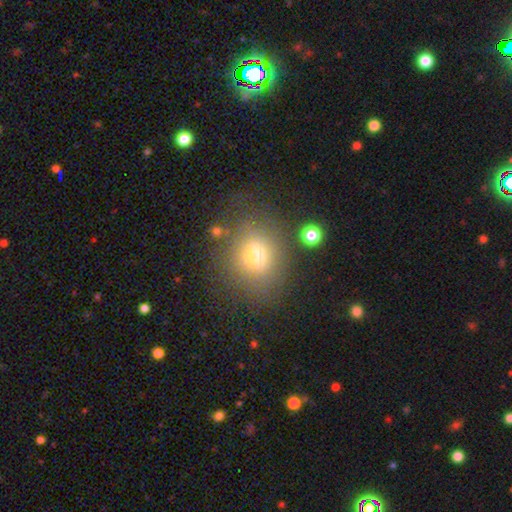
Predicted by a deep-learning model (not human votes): Smooth or featured? smooth (65%)
How rounded? round (65%)
Merging? none (72%)